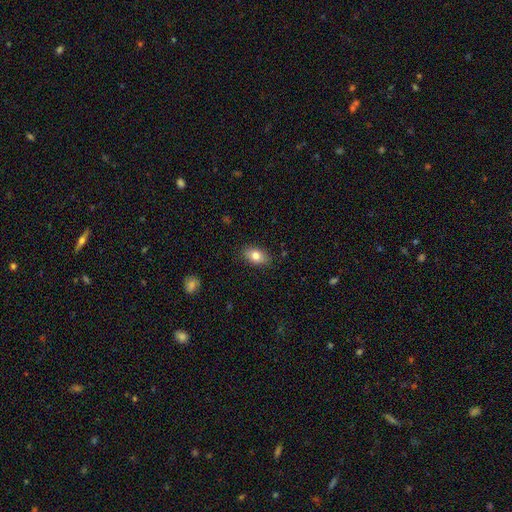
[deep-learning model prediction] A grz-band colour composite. It shows a smooth galaxy with no disk features (80%) that is in between round and cigar-shaped (89%). Merging: none (86%).